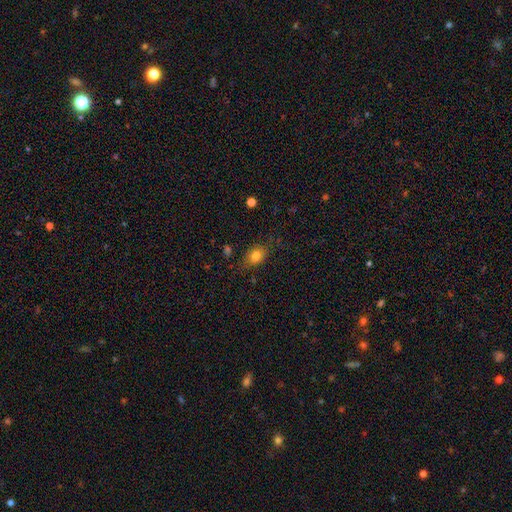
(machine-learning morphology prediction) Smooth or featured?
  - smooth: 79% *
  - featured or disk: 11%
  - star or artifact: 11%
How rounded?
  - in between: 64% *
  - round: 34%
  - cigar-shaped: 2%
Merging?
  - none: 73% *
  - minor disturbance: 20%
  - major disturbance: 5%
  - merger: 2%